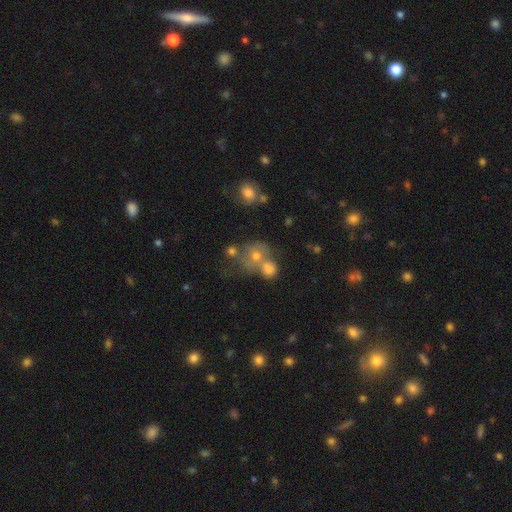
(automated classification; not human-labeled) Overall: smooth (59%; featured or disk 25%). How rounded: round (69%; in between 30%). Merging: merger (42%; none 34%).